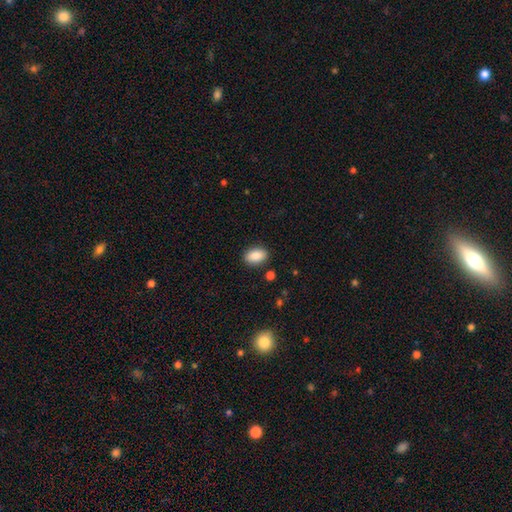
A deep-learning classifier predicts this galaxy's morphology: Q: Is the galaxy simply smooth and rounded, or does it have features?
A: smooth — 88%.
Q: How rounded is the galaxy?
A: in between — 88%.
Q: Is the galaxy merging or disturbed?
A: none — 87%.